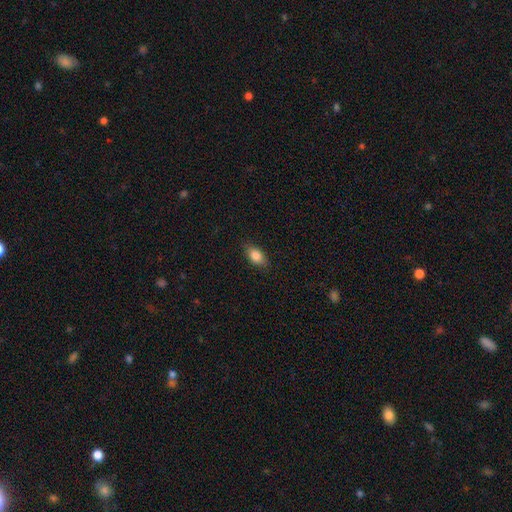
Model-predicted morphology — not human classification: smooth-or-featured: smooth: 85% | featured or disk: 8% | star or artifact: 8%
  how-rounded: in between: 89% | round: 7% | cigar-shaped: 4%
  merging: none: 86% | minor disturbance: 11% | major disturbance: 2% | merger: 1%